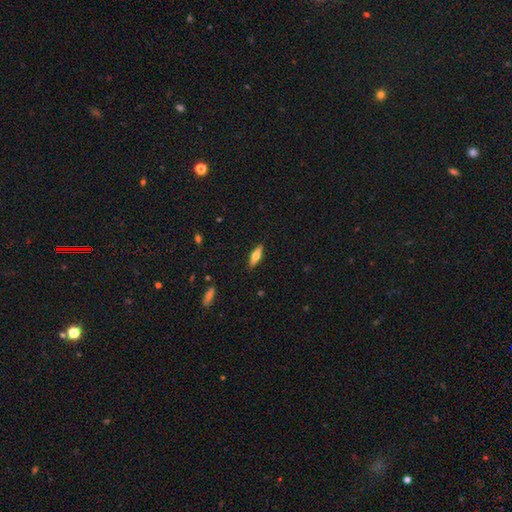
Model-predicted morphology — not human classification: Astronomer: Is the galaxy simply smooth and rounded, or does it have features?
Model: smooth — 50% (runner-up: featured or disk, 43%).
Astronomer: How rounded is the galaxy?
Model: cigar-shaped — 55% (runner-up: in between, 42%).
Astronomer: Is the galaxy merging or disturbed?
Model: none — 88%.